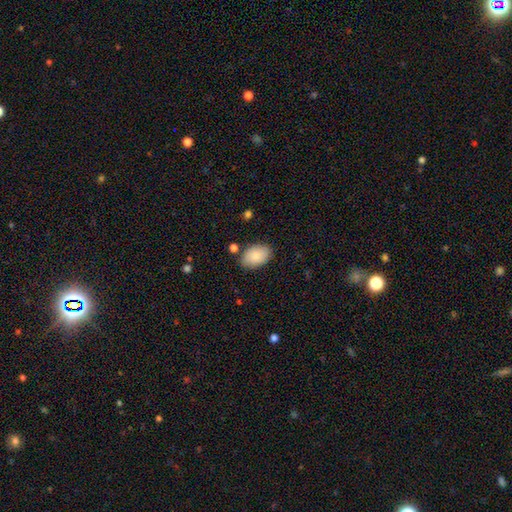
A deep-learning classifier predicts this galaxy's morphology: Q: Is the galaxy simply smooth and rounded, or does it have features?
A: smooth — 85%.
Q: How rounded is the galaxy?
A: in between — 90%.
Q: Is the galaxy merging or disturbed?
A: none — 82%.